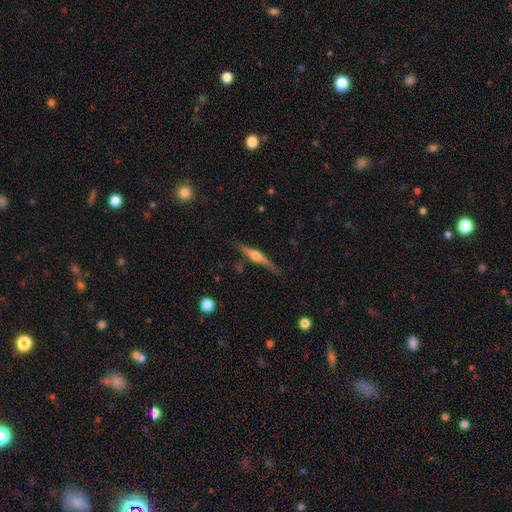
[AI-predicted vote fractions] Smooth or featured? Predicted: featured or disk (p=0.73). Edge-on disk? Predicted: yes (p=0.97). Edge-on bulge? Predicted: rounded (p=0.91). Merging? Predicted: none (p=0.83).